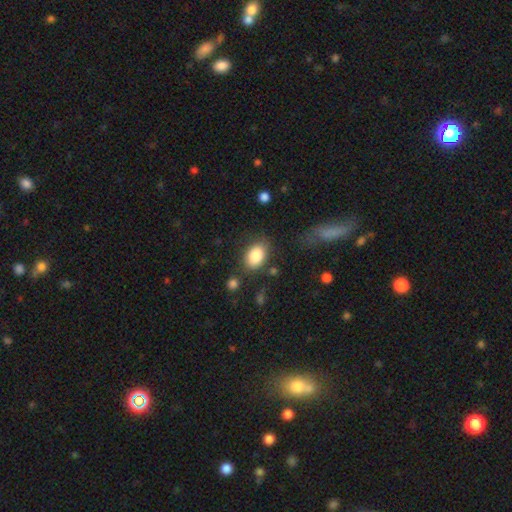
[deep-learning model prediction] Smooth or featured? smooth (86%)
How rounded? in between (86%)
Merging? none (76%)